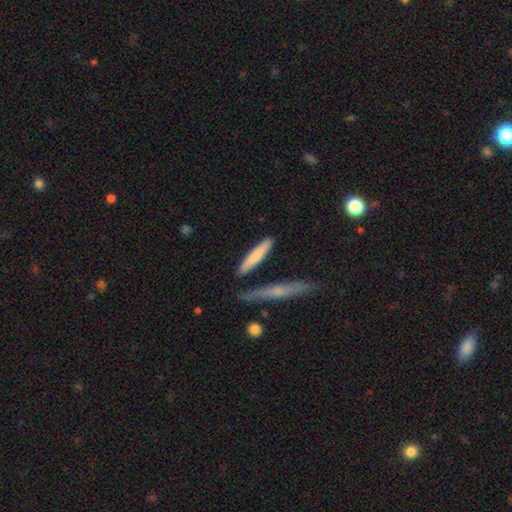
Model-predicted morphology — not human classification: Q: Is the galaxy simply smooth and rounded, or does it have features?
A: smooth — 71%.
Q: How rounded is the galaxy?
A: cigar-shaped — 87%.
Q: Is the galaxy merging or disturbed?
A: none — 79%.